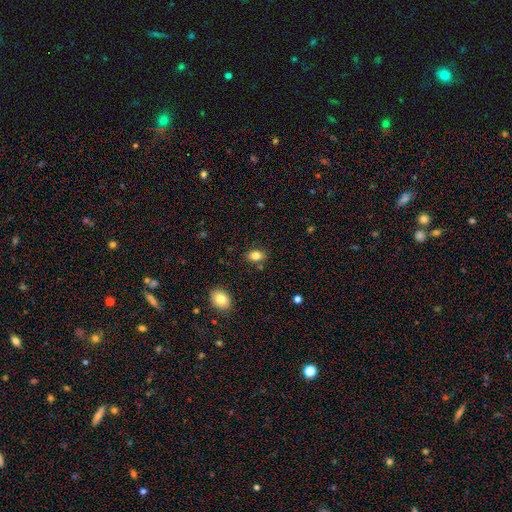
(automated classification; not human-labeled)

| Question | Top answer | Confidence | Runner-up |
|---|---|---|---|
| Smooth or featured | smooth | 82% | star or artifact (11%) |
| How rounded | in between | 72% | round (27%) |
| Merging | none | 82% | minor disturbance (11%) |